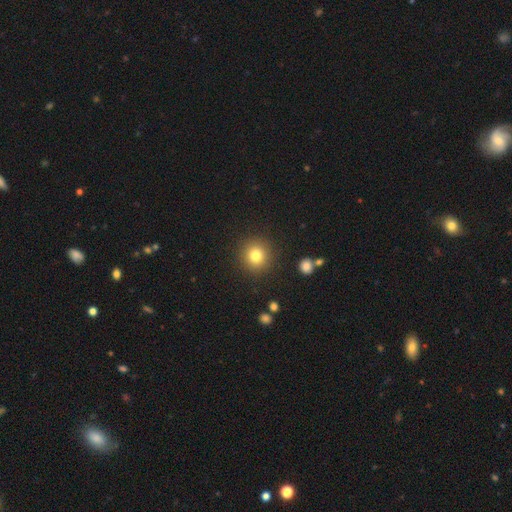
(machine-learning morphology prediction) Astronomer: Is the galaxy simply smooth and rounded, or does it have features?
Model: smooth — 81%.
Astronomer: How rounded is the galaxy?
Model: round — 92%.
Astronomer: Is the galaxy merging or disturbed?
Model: none — 90%.